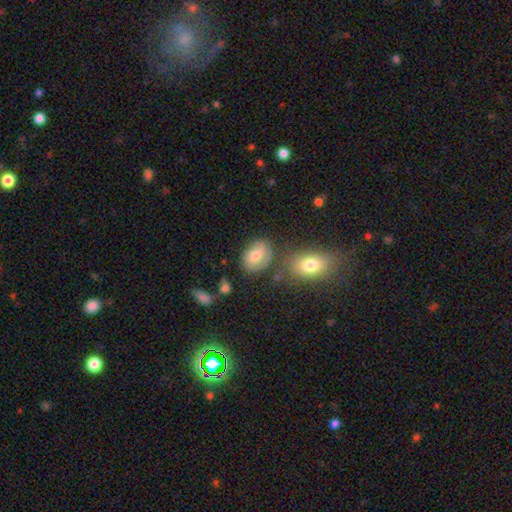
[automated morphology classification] This is possibly a smooth galaxy (59%). How rounded: likely in between (72%). Merging: likely none (66%).